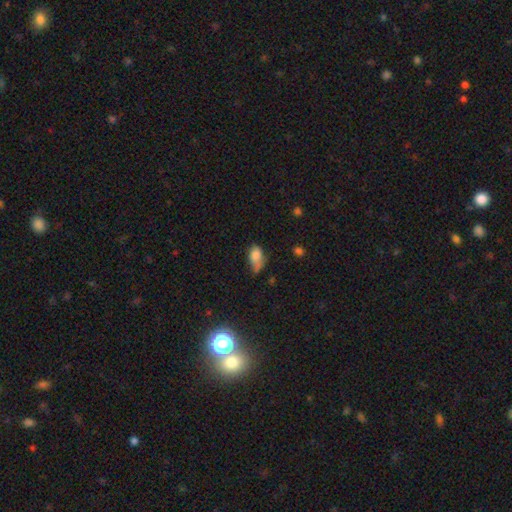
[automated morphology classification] This appears to be a smooth galaxy with no disk features (78%) that is in between round and cigar-shaped (87%). Merging: minor disturbance (42%).